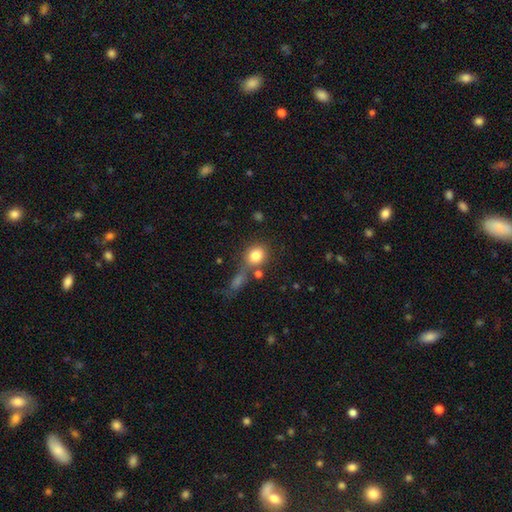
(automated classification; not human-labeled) Smooth or featured?
  - smooth: 81% *
  - star or artifact: 10%
  - featured or disk: 8%
How rounded?
  - round: 69% *
  - in between: 29%
  - cigar-shaped: 2%
Merging?
  - none: 59% *
  - merger: 21%
  - minor disturbance: 13%
  - major disturbance: 6%